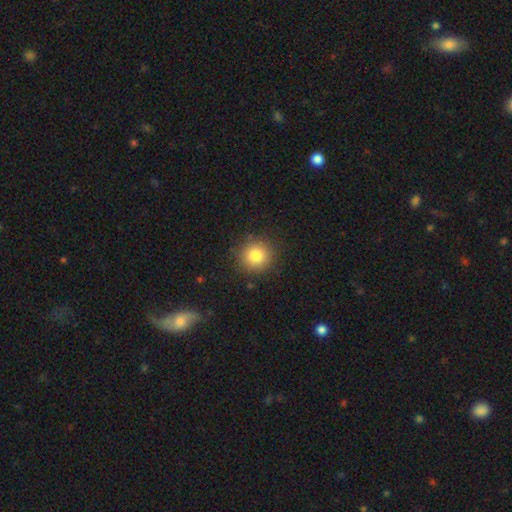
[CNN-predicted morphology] smooth-or-featured: smooth: 82% | star or artifact: 11% | featured or disk: 7%
  how-rounded: round: 92% | in between: 7% | cigar-shaped: 1%
  merging: none: 88% | minor disturbance: 8% | major disturbance: 3% | merger: 1%